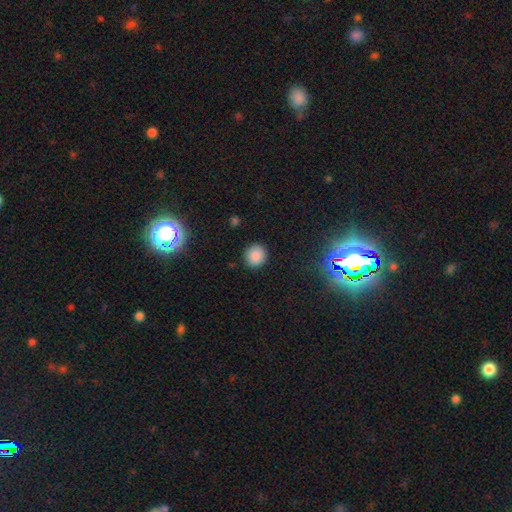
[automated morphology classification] type=smooth (86%); roundness=round (91%); merging=none (90%).